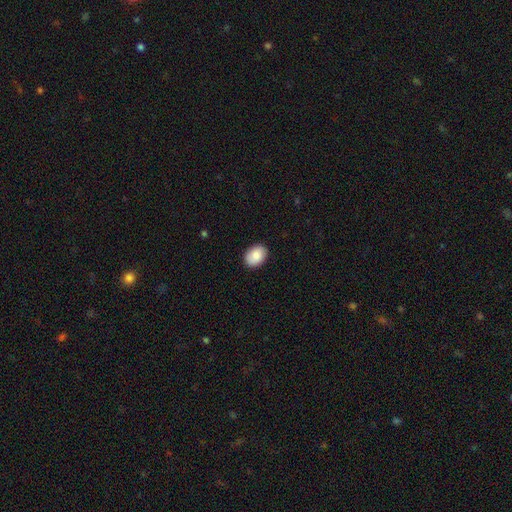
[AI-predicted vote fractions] The model was most divided on "how rounded": in between: 75%, round: 24%, cigar-shaped: 1%. More confident: merging — none (89%); smooth or featured — smooth (88%).